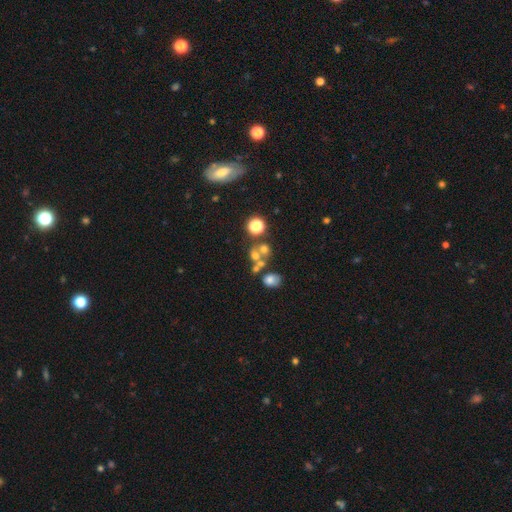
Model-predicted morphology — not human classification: A smooth galaxy with no disk features (56%) that is round (67%).

Vote fractions:
- Smooth or featured? smooth: 56% / star or artifact: 23% / featured or disk: 21%
- How rounded? round: 67% / in between: 31% / cigar-shaped: 1%
- Merging? merger: 46% / none: 37% / minor disturbance: 9% / major disturbance: 7%